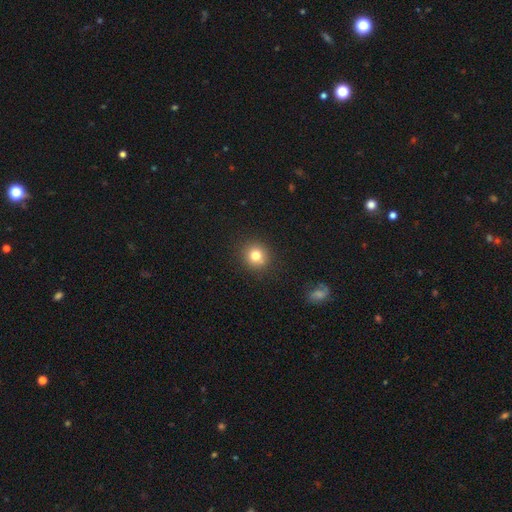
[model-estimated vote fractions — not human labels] Overall: smooth (80%). How rounded: round (88%). Merging: none (89%).